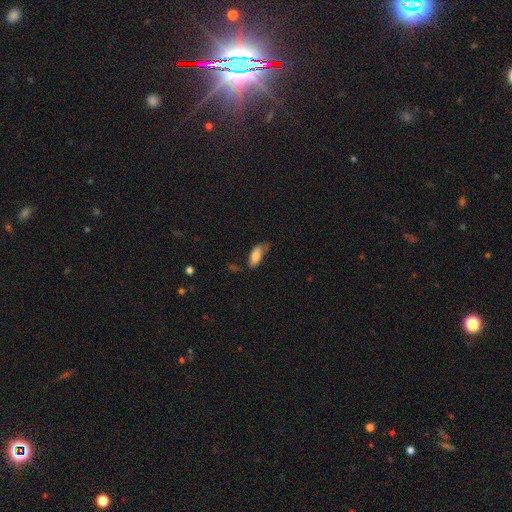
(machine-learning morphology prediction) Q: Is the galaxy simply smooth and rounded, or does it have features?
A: smooth — 78%.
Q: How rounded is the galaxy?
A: in between — 82%.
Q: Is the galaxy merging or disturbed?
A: none — 53%.